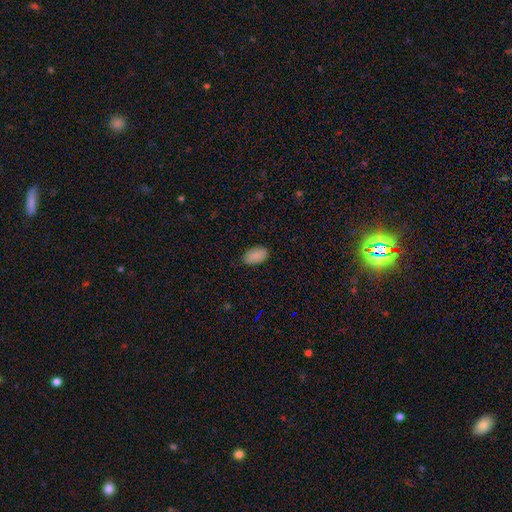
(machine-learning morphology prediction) This is clearly a smooth galaxy (88%). How rounded: clearly in between (94%). Merging: likely none (80%).